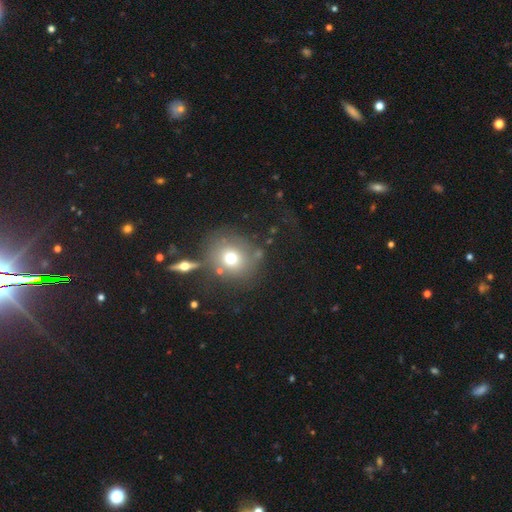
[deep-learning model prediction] Smooth or featured?
  - smooth: 54% *
  - star or artifact: 26%
  - featured or disk: 20%
How rounded?
  - round: 85% *
  - in between: 14%
  - cigar-shaped: 1%
Merging?
  - none: 64% *
  - minor disturbance: 15%
  - major disturbance: 11%
  - merger: 10%